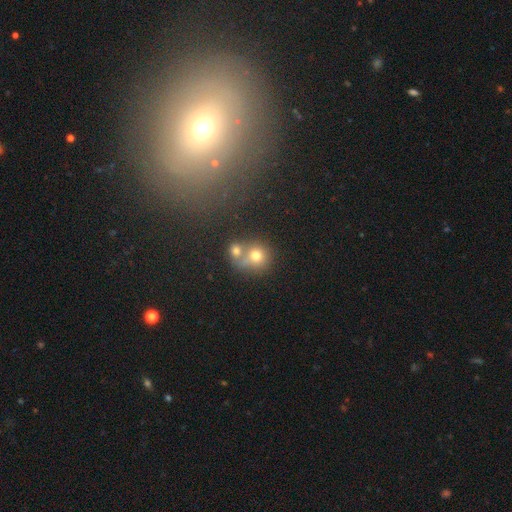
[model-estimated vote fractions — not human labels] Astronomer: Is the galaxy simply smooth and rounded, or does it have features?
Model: smooth — 71%.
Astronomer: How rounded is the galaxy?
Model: round — 82%.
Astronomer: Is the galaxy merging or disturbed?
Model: merger — 50% (runner-up: none, 37%).